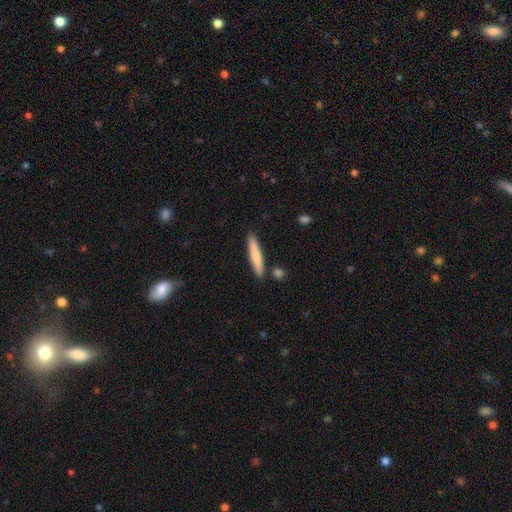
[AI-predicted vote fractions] Smooth or featured? Predicted: smooth (p=0.75). How rounded? Predicted: cigar-shaped (p=0.92). Merging? Predicted: none (p=0.86).